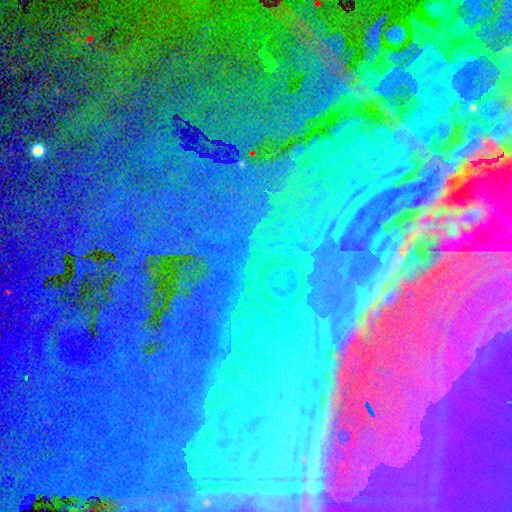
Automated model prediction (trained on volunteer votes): This appears to be a star or artifact, not a galaxy (84%).